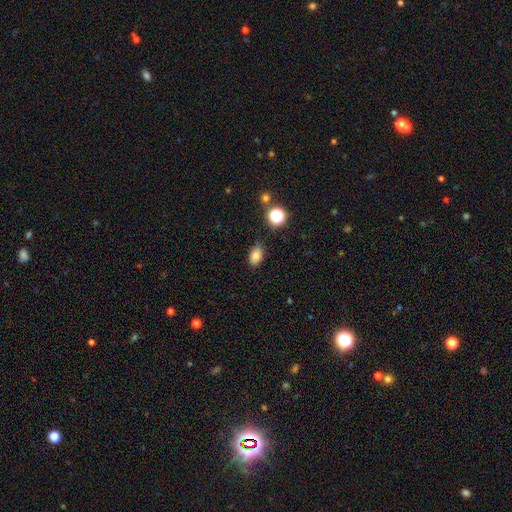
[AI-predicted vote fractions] Smooth or featured? Predicted: smooth (p=0.79). How rounded? Predicted: in between (p=0.84). Merging? Predicted: none (p=0.82).